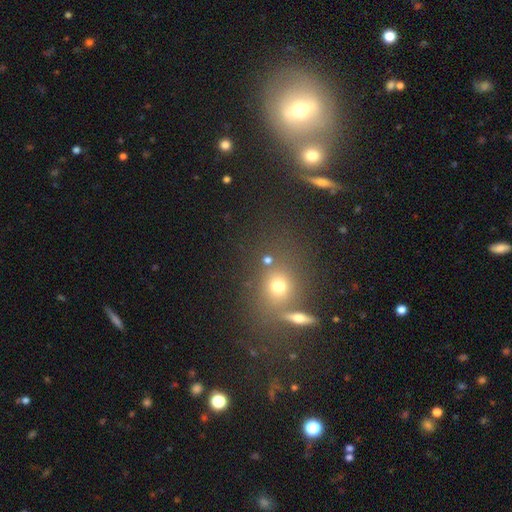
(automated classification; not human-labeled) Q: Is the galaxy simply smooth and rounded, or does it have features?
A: smooth — 48%.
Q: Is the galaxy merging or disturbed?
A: none — 58%.